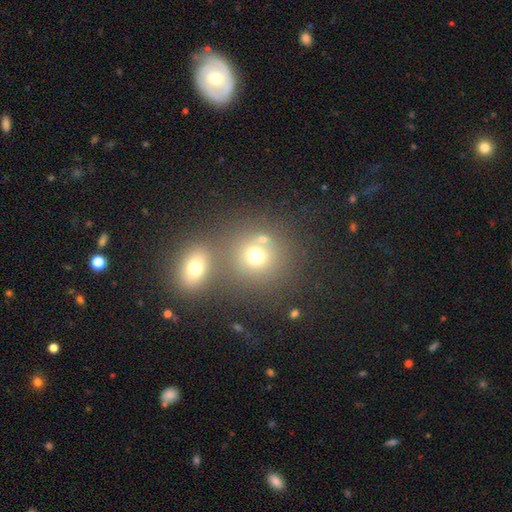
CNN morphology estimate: Smooth or featured? smooth (71%)
How rounded? round (85%)
Merging? none (52%)